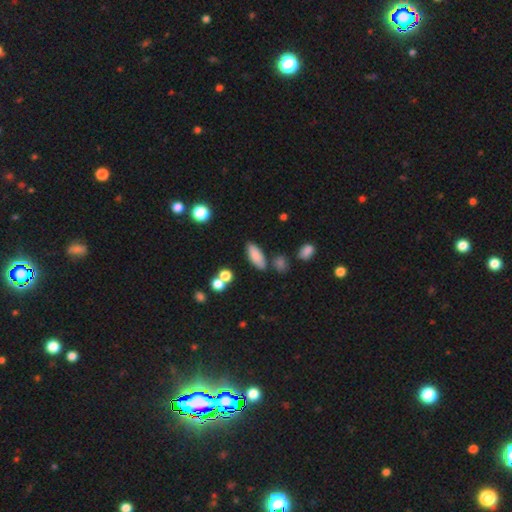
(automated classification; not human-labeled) Morphology: type=smooth (81%); roundness=in between (72%); merging=none (75%).